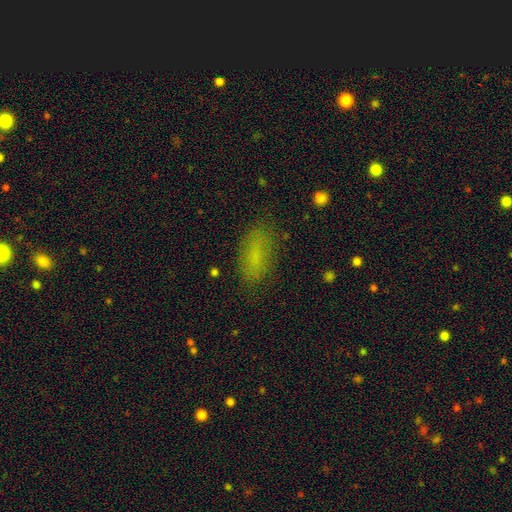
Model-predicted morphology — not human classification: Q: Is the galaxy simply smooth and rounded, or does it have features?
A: smooth — 76%.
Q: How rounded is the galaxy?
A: in between — 80%.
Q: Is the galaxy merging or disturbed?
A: none — 79%.